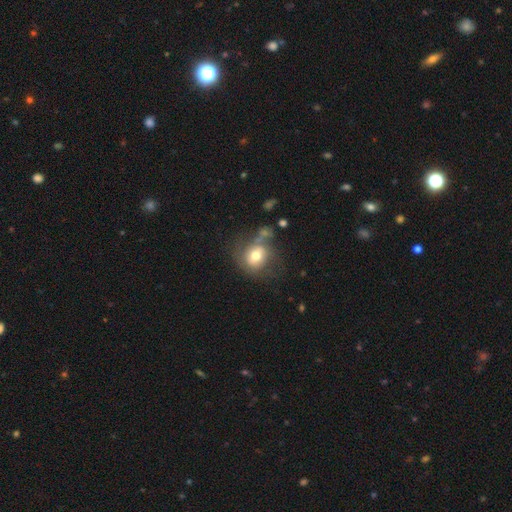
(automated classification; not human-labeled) Smooth or featured?
  - smooth: 68% *
  - featured or disk: 22%
  - star or artifact: 10%
How rounded?
  - round: 71% *
  - in between: 28%
  - cigar-shaped: 1%
Merging?
  - none: 45% *
  - minor disturbance: 23%
  - major disturbance: 18%
  - merger: 14%